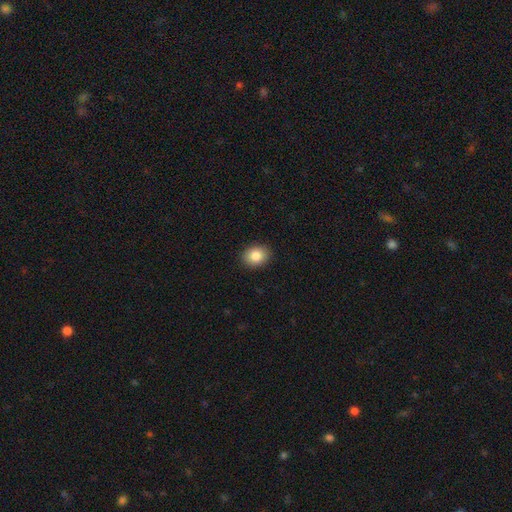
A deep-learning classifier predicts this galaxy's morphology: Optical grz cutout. It shows a smooth galaxy with no disk features (85%) that is round (53%). Merging: none (91%).